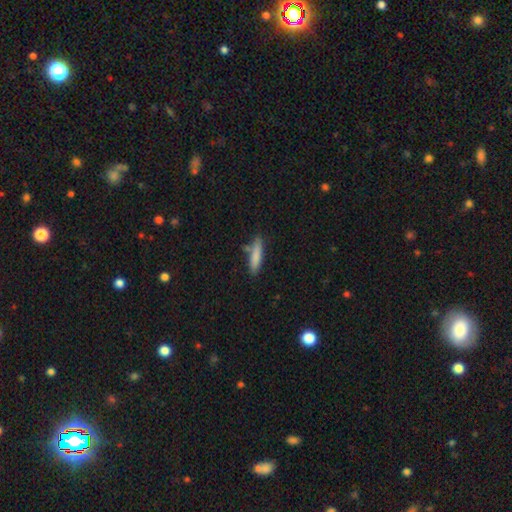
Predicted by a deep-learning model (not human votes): Smooth or featured: smooth — 82% (featured or disk — 12%)
How rounded: cigar-shaped — 80% (in between — 18%)
Merging: none — 74% (minor disturbance — 16%)